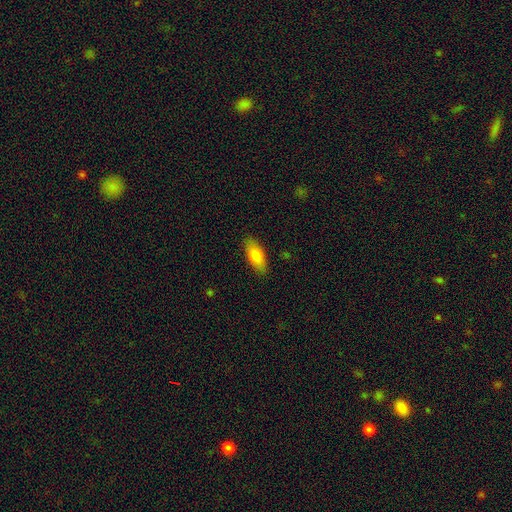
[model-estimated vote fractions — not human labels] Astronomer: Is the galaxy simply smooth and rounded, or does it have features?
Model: smooth — 79%.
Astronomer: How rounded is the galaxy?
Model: in between — 83%.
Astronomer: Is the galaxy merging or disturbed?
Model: none — 88%.